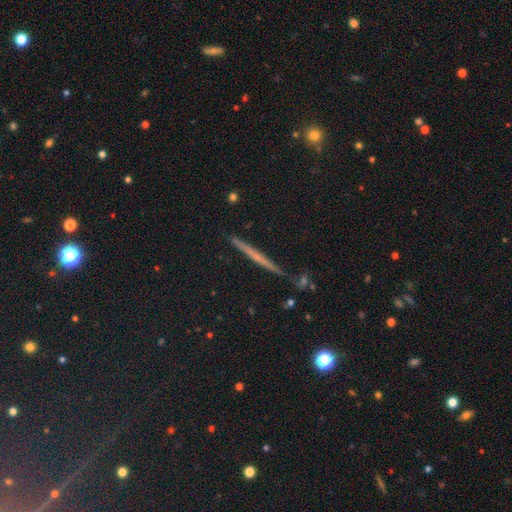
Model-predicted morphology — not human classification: Q: Smooth or featured?
A: featured or disk (54%); runner-up: smooth (37%)
Q: Edge-on disk?
A: yes (98%); runner-up: no (2%)
Q: Edge-on bulge?
A: none (82%); runner-up: rounded (13%)
Q: Merging?
A: none (89%); runner-up: minor disturbance (8%)